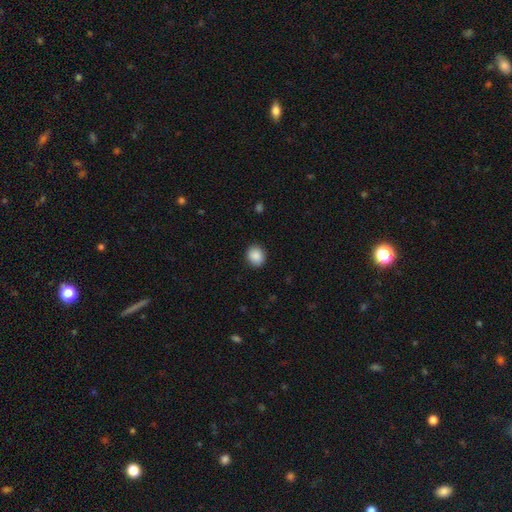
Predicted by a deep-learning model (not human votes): The model was most divided on "how rounded": round: 71%, in between: 28%, cigar-shaped: 1%. More confident: merging — none (90%); smooth or featured — smooth (89%).